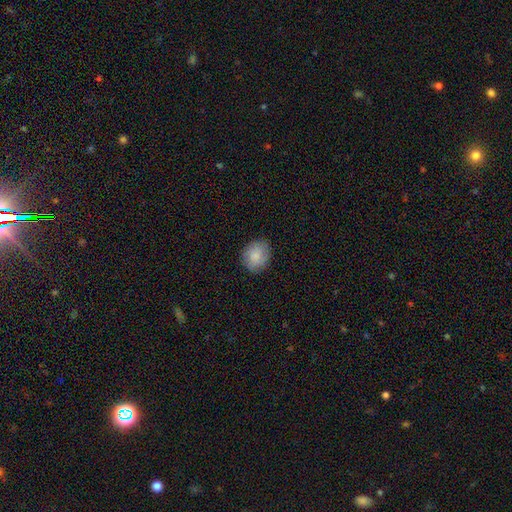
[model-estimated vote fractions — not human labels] This is clearly a smooth galaxy (82%). How rounded: possibly round (60%). Merging: clearly none (83%).